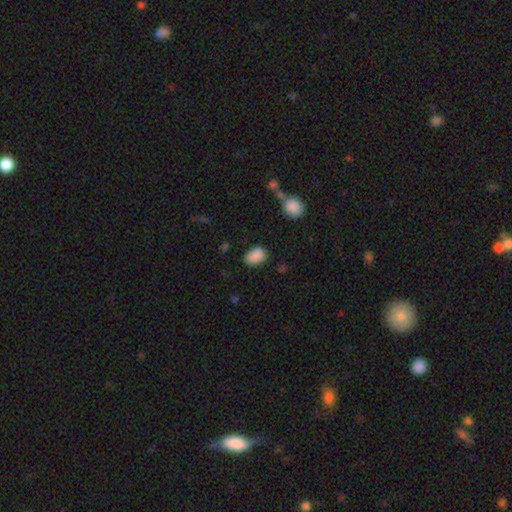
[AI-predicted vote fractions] The model was most divided on "merging": none: 74%, minor disturbance: 19%, major disturbance: 4%, merger: 3%. More confident: smooth or featured — smooth (87%); how rounded — in between (86%).